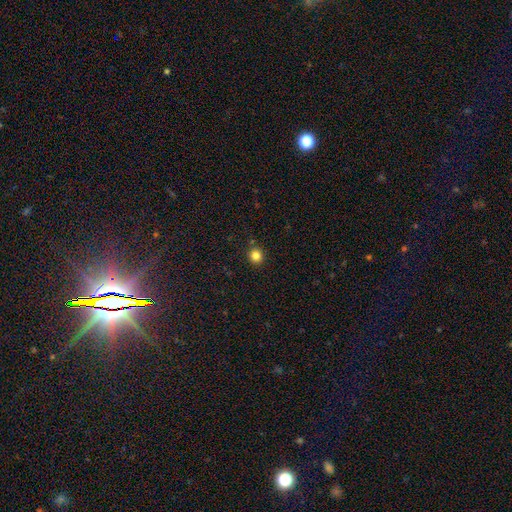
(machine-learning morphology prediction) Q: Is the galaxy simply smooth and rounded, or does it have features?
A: smooth — 83%.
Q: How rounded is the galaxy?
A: round — 90%.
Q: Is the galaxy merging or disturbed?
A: none — 89%.